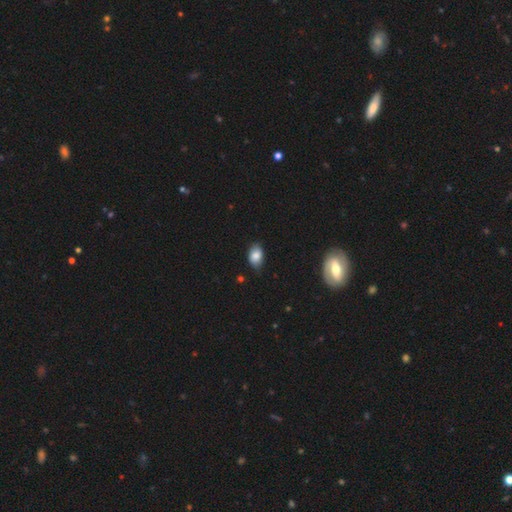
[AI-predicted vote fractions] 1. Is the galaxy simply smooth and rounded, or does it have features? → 83% smooth, 9% featured or disk, 8% star or artifact.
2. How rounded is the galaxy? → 88% in between, 11% round, 2% cigar-shaped.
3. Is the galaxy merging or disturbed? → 75% none, 21% minor disturbance, 3% major disturbance, 1% merger.